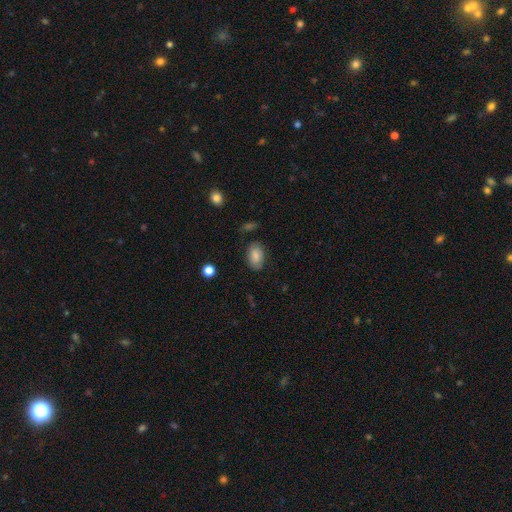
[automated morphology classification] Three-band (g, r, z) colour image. It shows a smooth galaxy with no disk features (82%) that is in between round and cigar-shaped (90%). Merging: none (78%).